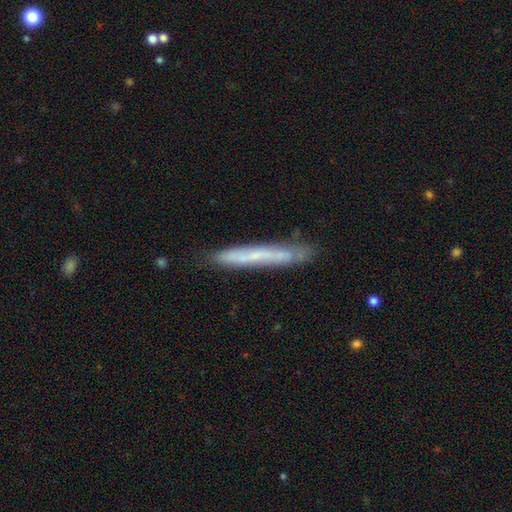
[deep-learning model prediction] Q: Smooth or featured?
A: smooth (47%); runner-up: featured or disk (46%)
Q: Merging?
A: none (77%); runner-up: minor disturbance (17%)